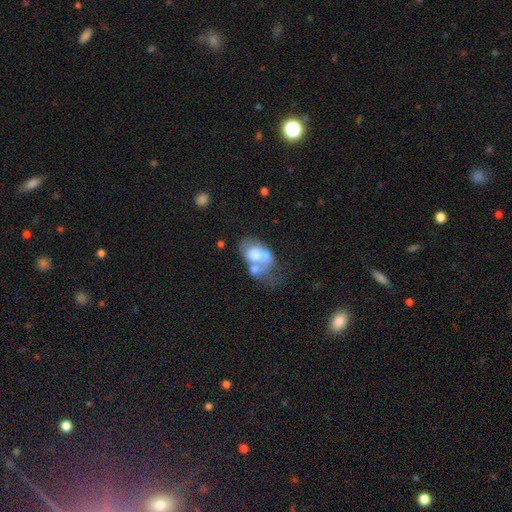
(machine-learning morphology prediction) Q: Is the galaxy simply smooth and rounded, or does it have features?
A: smooth — 48%.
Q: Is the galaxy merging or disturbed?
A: merger — 52%.